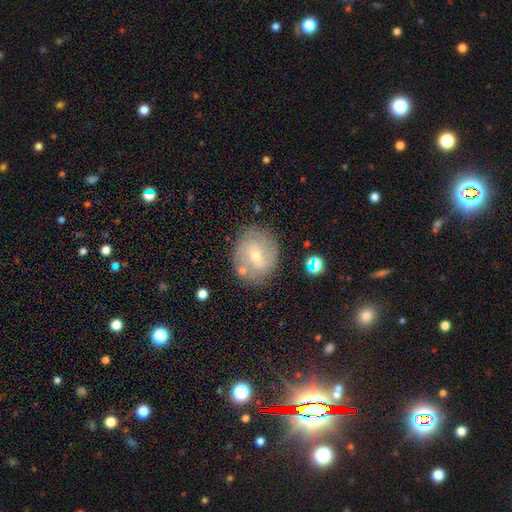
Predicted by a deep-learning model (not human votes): This is possibly a featured or disk galaxy (50%). Merging: likely none (78%).